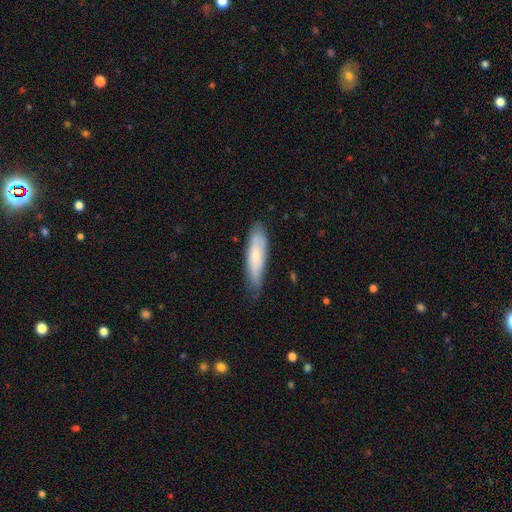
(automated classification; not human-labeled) Smooth or featured? Predicted: smooth (p=0.63). How rounded? Predicted: cigar-shaped (p=0.64). Merging? Predicted: none (p=0.71).